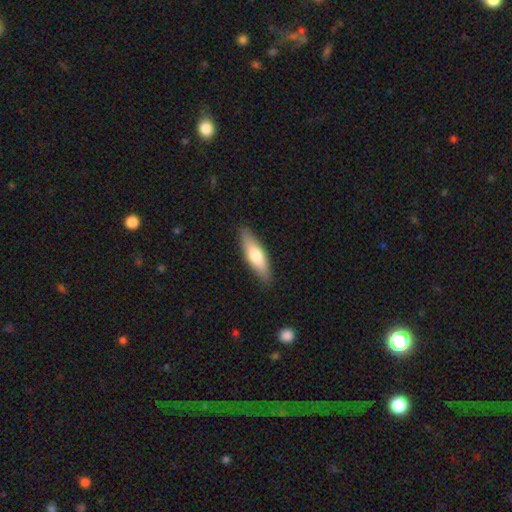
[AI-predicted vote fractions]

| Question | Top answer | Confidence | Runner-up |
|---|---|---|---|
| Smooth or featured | smooth | 69% | featured or disk (26%) |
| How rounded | cigar-shaped | 54% | in between (44%) |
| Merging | none | 87% | minor disturbance (10%) |